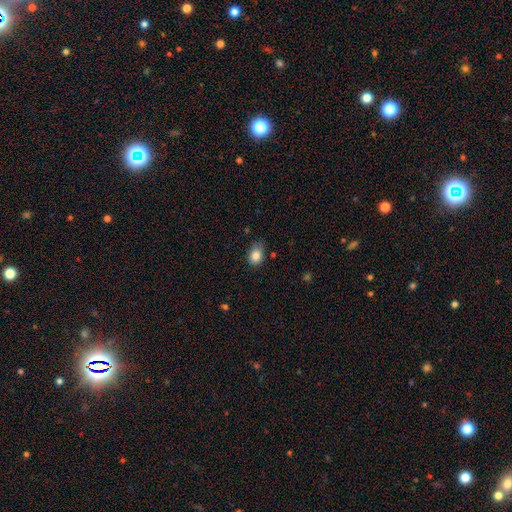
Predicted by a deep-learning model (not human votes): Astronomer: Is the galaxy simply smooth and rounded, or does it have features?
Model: smooth — 84%.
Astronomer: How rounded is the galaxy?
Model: in between — 70%.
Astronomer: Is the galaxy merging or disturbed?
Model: none — 65%.